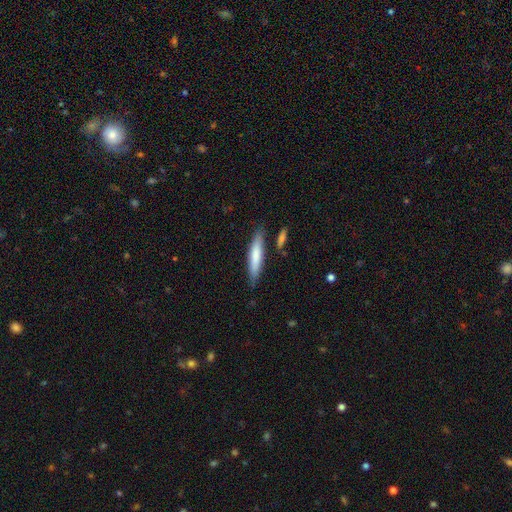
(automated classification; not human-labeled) Smooth or featured? smooth (72%)
How rounded? cigar-shaped (86%)
Merging? none (81%)